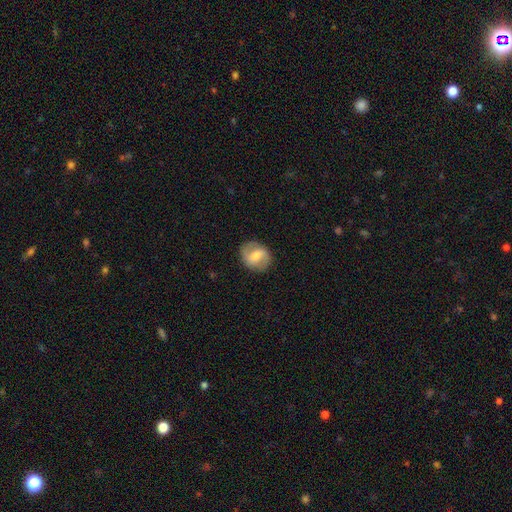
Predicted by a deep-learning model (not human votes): A featured or disk galaxy (56%) with a weak bar (46%), spiral arms (75%) and a moderate central bulge (51%).

Vote fractions:
- Smooth or featured? featured or disk: 56% / smooth: 37% / star or artifact: 7%
- Edge-on disk? no: 96% / yes: 4%
- Bar? weak: 46% / strong: 35% / no: 19%
- Spiral arms? yes: 75% / no: 25%
- Bulge size? moderate: 51% / small: 30% / large: 11% / none: 6% / dominant: 2%
- Merging? none: 84% / minor disturbance: 11% / major disturbance: 4% / merger: 1%